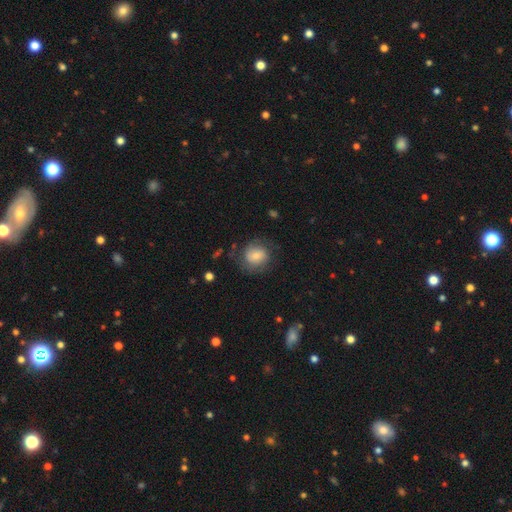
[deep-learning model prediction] This appears to be a smooth galaxy with no disk features (63%) that is round (74%). Merging: none (65%).